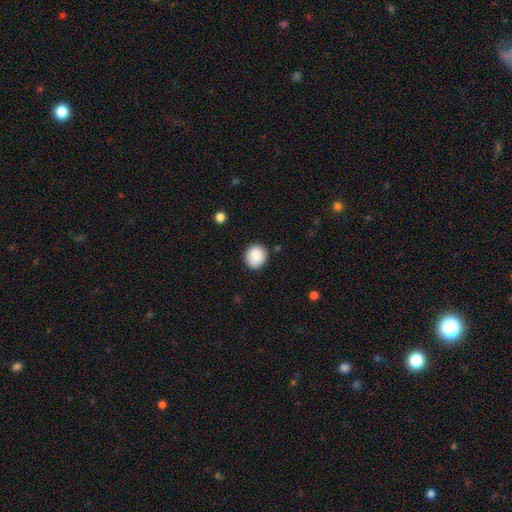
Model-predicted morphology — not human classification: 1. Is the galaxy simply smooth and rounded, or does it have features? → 87% smooth, 8% star or artifact, 5% featured or disk.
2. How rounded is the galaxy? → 83% round, 16% in between, 1% cigar-shaped.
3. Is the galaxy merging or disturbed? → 85% none, 11% minor disturbance, 2% major disturbance, 2% merger.